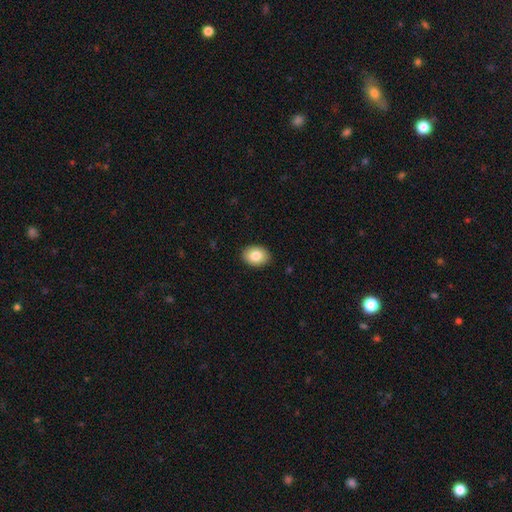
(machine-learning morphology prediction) smooth_or_featured: smooth (p=0.84) [alt: featured or disk p=0.09]
how_rounded: in between (p=0.70) [alt: round p=0.29]
merging: none (p=0.90) [alt: minor disturbance p=0.08]